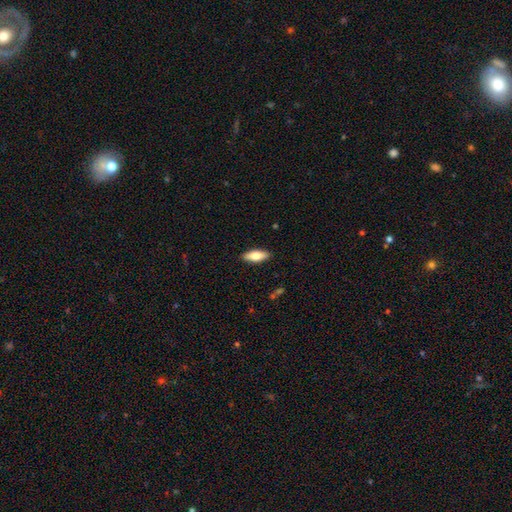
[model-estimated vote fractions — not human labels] This appears to be a smooth galaxy with no disk features (74%) that is in between round and cigar-shaped (73%). Merging: none (90%).